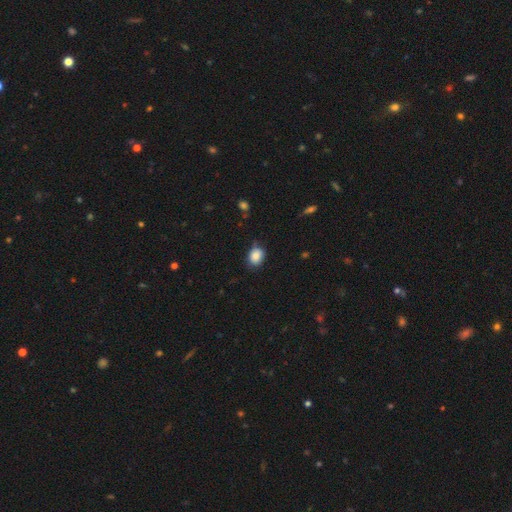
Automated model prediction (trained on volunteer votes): A smooth galaxy with no disk features (86%) that is in between round and cigar-shaped (57%).

Vote fractions:
- Smooth or featured? smooth: 86% / star or artifact: 9% / featured or disk: 6%
- How rounded? in between: 57% / round: 42% / cigar-shaped: 1%
- Merging? none: 73% / minor disturbance: 22% / major disturbance: 4% / merger: 2%